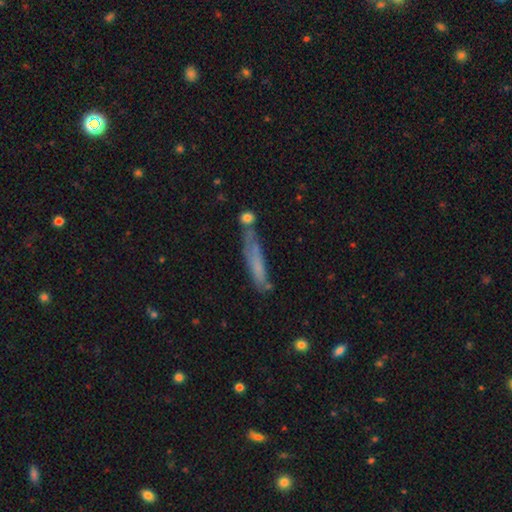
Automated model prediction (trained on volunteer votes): smooth 52%, featured or disk 30%, star or artifact 18%. Down the decision tree: how rounded — cigar-shaped (87%); merging — none (67%).